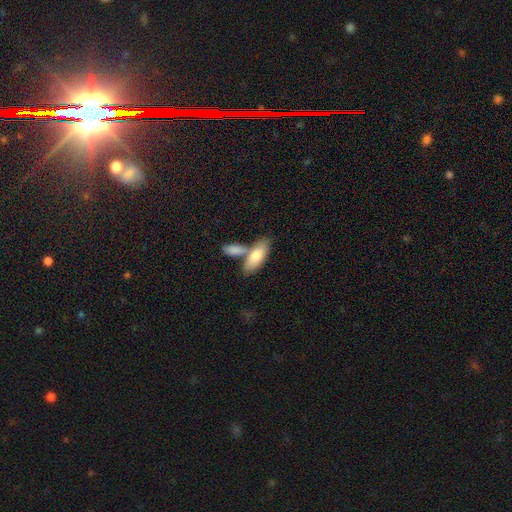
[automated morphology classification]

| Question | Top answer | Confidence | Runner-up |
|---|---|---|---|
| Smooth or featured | smooth | 77% | featured or disk (18%) |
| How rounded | in between | 79% | cigar-shaped (18%) |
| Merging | none | 47% | merger (39%) |